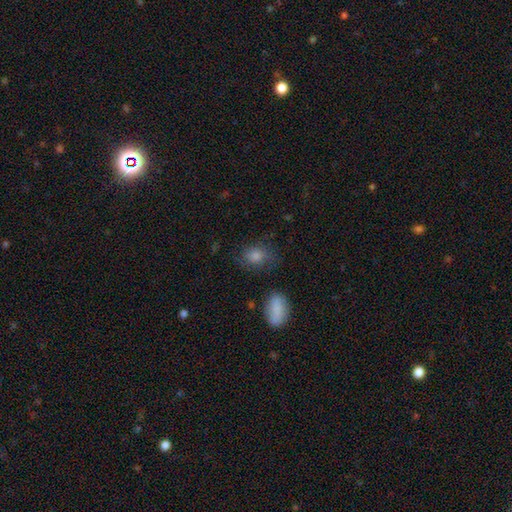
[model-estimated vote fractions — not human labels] smooth_or_featured: smooth (p=0.75) [alt: star or artifact p=0.15]
how_rounded: in between (p=0.55) [alt: round p=0.43]
merging: none (p=0.71) [alt: minor disturbance p=0.19]